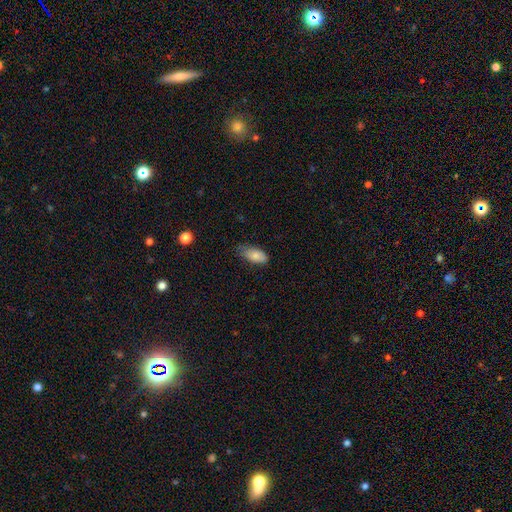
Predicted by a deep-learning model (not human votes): A smooth galaxy with no disk features (82%) that is in between round and cigar-shaped (91%).

Vote fractions:
- Smooth or featured? smooth: 82% / featured or disk: 10% / star or artifact: 7%
- How rounded? in between: 91% / cigar-shaped: 6% / round: 3%
- Merging? none: 57% / minor disturbance: 35% / major disturbance: 6% / merger: 1%